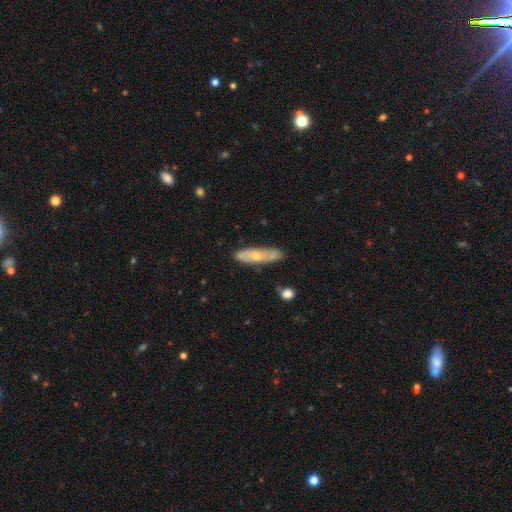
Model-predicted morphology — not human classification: Q: Smooth or featured?
A: featured or disk (52%); runner-up: smooth (41%)
Q: Edge-on disk?
A: no (58%); runner-up: yes (42%)
Q: Merging?
A: none (78%); runner-up: minor disturbance (16%)